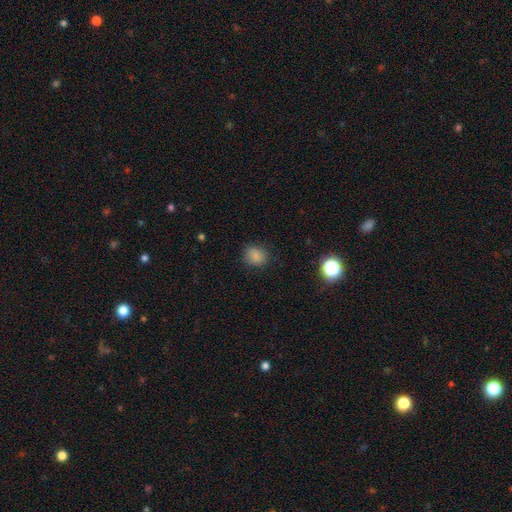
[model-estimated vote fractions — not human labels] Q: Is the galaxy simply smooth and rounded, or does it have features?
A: smooth — 83%.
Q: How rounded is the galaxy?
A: round — 70%.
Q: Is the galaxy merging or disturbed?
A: none — 84%.